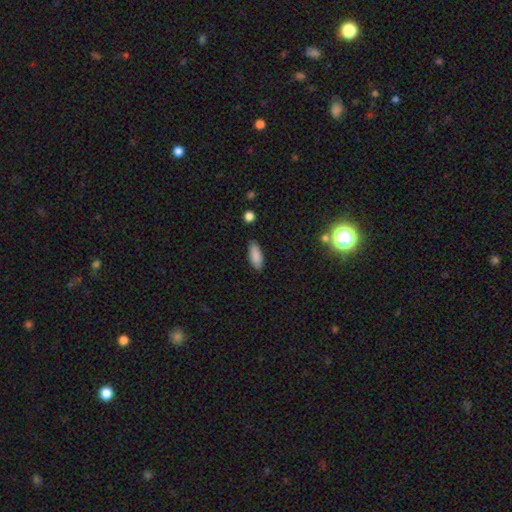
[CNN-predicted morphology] A smooth galaxy with no disk features (88%) that is in between round and cigar-shaped (77%). Merging: none (85%).